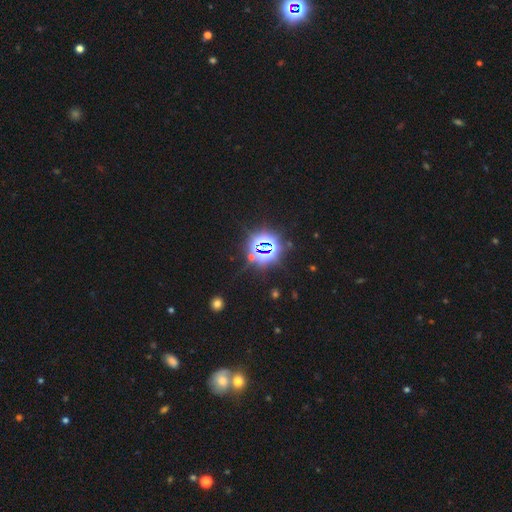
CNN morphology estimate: The model was most divided on "smooth or featured": star or artifact: 79%, smooth: 13%, featured or disk: 8%.